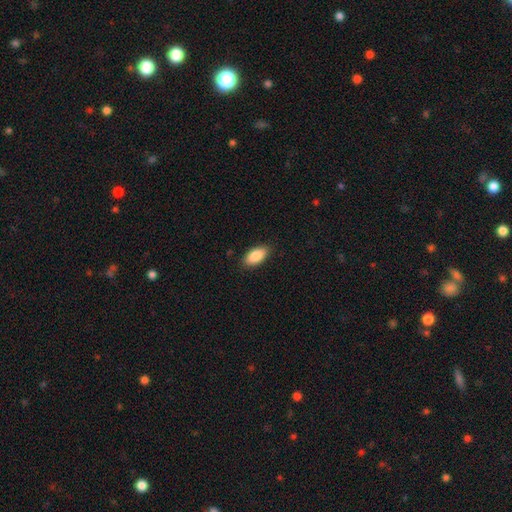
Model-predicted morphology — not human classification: The model was most divided on "merging": none: 88%, minor disturbance: 9%, major disturbance: 2%, merger: 1%. More confident: how rounded — in between (93%); smooth or featured — smooth (88%).